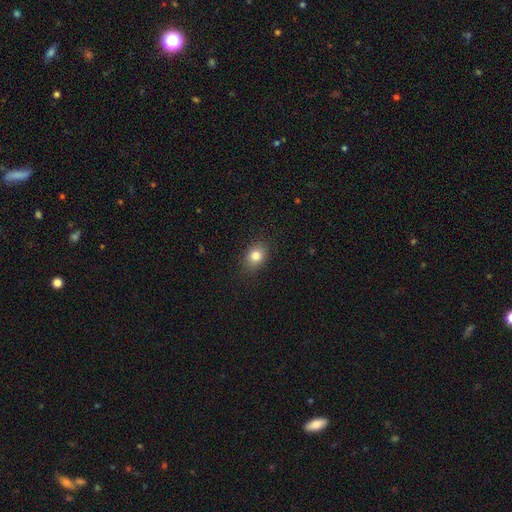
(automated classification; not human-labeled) smooth-or-featured: smooth: 82% | star or artifact: 10% | featured or disk: 8%
  how-rounded: in between: 60% | round: 39% | cigar-shaped: 1%
  merging: none: 85% | minor disturbance: 11% | major disturbance: 3% | merger: 1%